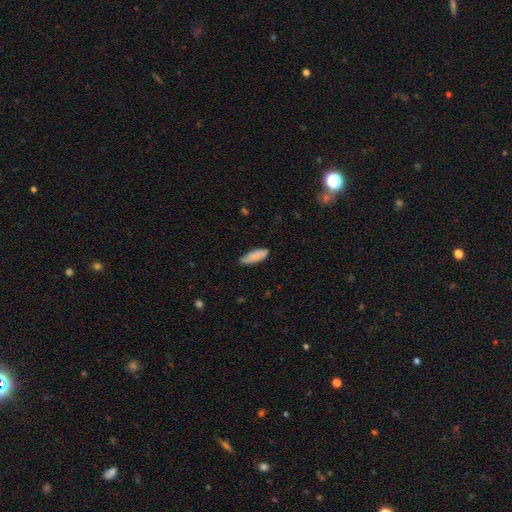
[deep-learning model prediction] A smooth galaxy with no disk features (78%) that is in between round and cigar-shaped (68%). Merging: none (71%).